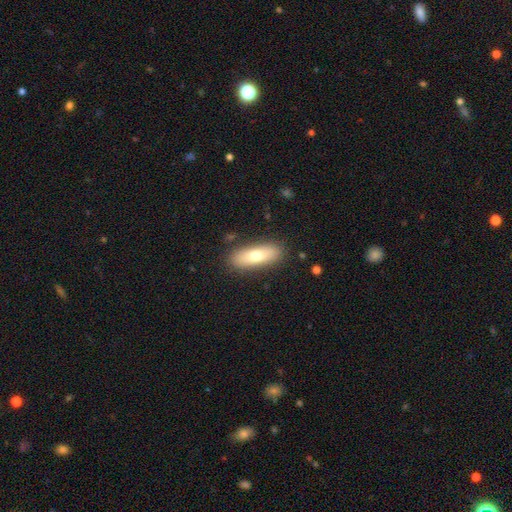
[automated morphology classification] Smooth or featured? Predicted: smooth (p=0.71). How rounded? Predicted: in between (p=0.57). Merging? Predicted: none (p=0.86).